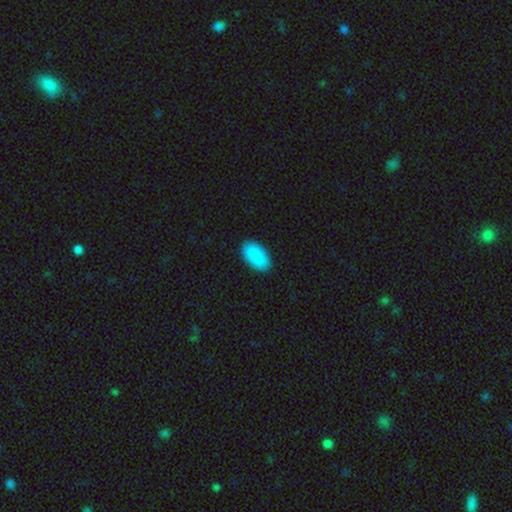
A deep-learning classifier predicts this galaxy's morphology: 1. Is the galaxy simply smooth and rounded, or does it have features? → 90% smooth, 6% star or artifact, 3% featured or disk.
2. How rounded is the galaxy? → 95% in between, 3% cigar-shaped, 2% round.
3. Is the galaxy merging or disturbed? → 88% none, 9% minor disturbance, 2% major disturbance, 1% merger.